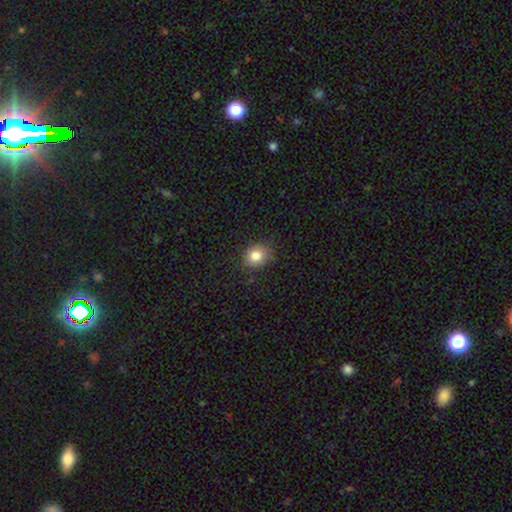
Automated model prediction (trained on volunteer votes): This appears to be a smooth galaxy with no disk features (82%) that is round (72%). Merging: none (82%).